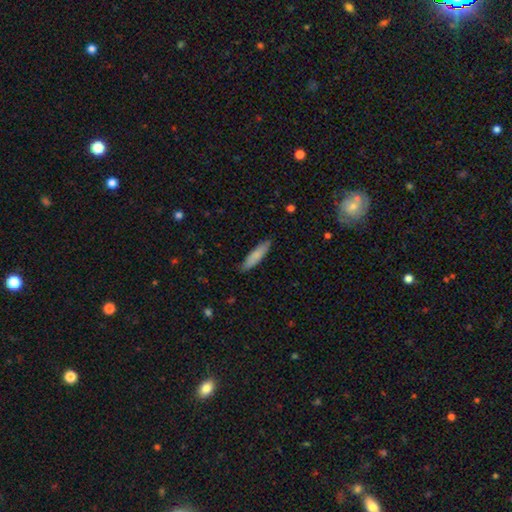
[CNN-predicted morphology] Smooth or featured: smooth — 80% (featured or disk — 14%)
How rounded: cigar-shaped — 79% (in between — 20%)
Merging: none — 87% (minor disturbance — 10%)